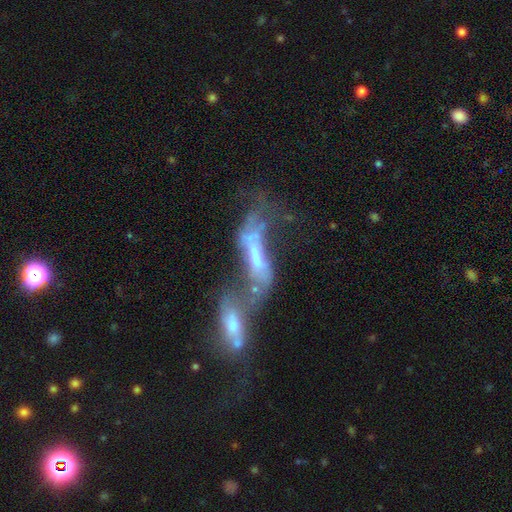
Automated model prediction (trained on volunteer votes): Smooth or featured? featured or disk (59%)
Edge-on disk? no (85%)
Merging? merger (68%)